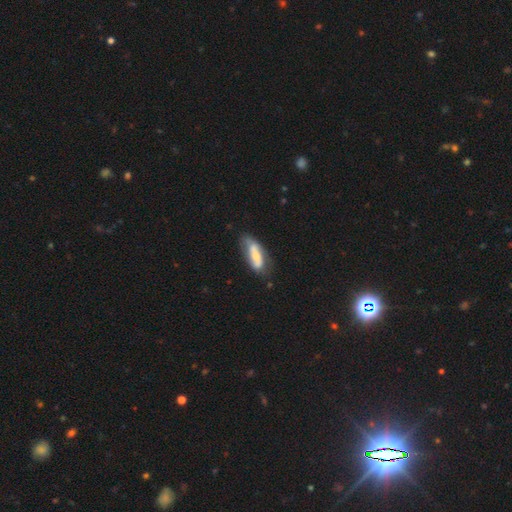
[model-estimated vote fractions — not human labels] Morphology: type=featured or disk (52%); edge-on=no (82%); merging=none (58%).